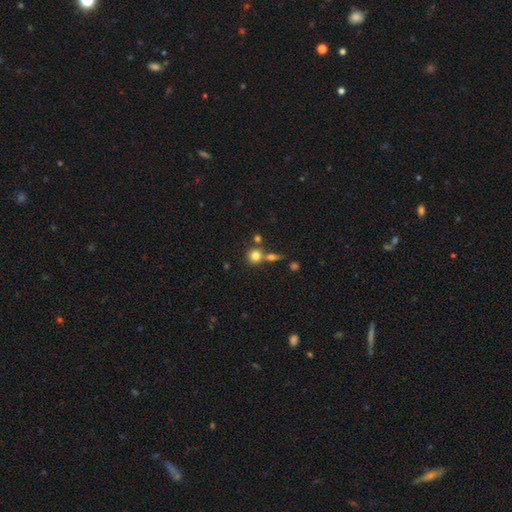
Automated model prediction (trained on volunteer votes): Smooth or featured? smooth (78%)
How rounded? round (89%)
Merging? none (58%)